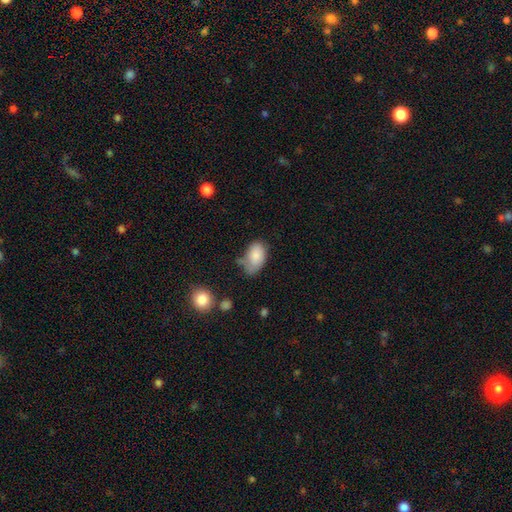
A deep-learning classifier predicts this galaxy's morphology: smooth 81%, featured or disk 11%, star or artifact 7%. Down the decision tree: how rounded — in between (92%); merging — none (44%).